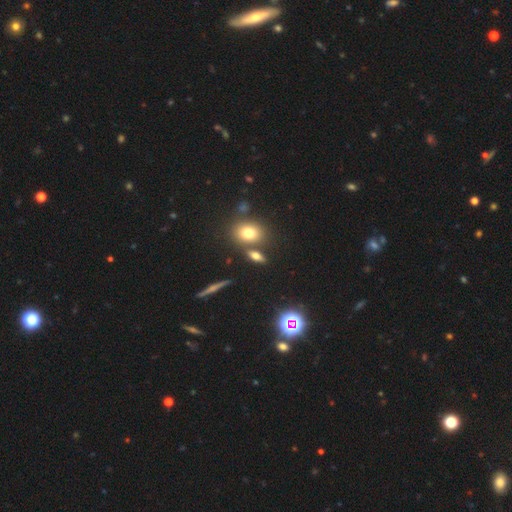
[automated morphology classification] smooth_or_featured: smooth (p=0.63) [alt: featured or disk p=0.19]
how_rounded: in between (p=0.62) [alt: round p=0.24]
merging: none (p=0.74) [alt: merger p=0.14]